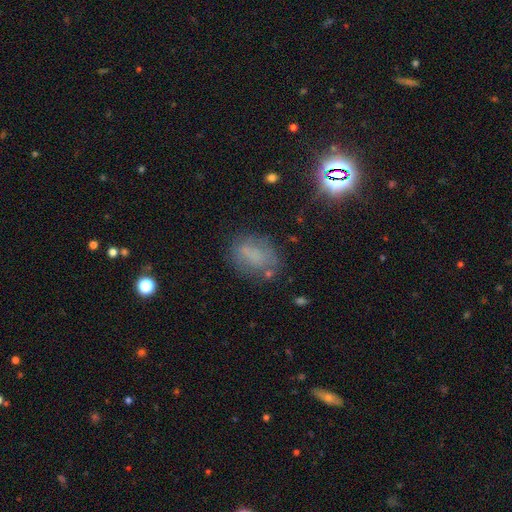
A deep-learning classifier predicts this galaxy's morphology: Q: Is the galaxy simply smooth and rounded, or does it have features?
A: smooth — 60%.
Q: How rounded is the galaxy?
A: in between — 71%.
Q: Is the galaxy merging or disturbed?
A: none — 64%.